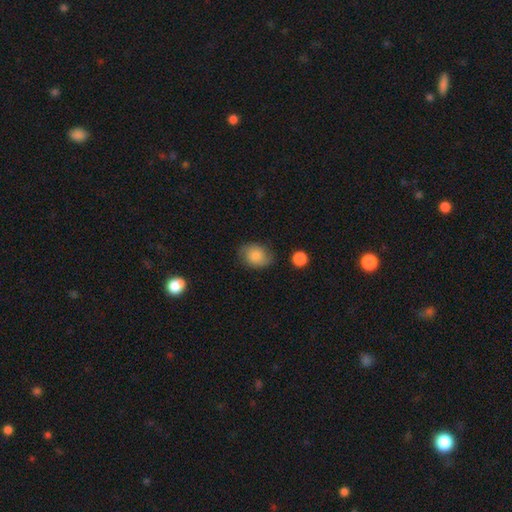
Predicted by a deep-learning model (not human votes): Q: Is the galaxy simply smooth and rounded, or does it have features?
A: smooth — 74%.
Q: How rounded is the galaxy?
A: in between — 57%.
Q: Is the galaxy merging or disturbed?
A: none — 70%.